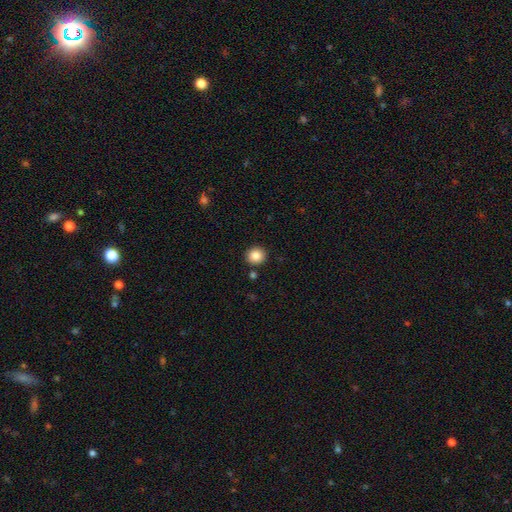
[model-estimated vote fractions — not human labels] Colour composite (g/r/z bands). It shows a smooth galaxy with no disk features (85%) that is round (91%). Merging: none (90%).